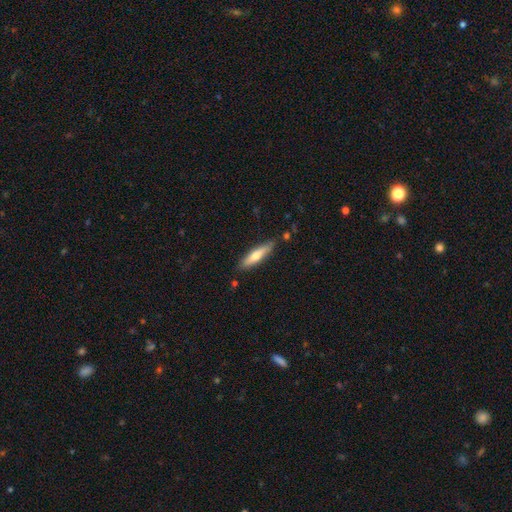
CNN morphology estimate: smooth_or_featured: smooth (p=0.57) [alt: featured or disk p=0.38]
how_rounded: cigar-shaped (p=0.76) [alt: in between p=0.22]
merging: none (p=0.83) [alt: minor disturbance p=0.12]